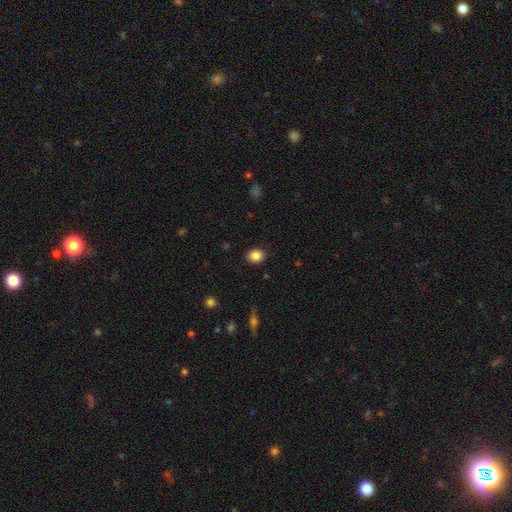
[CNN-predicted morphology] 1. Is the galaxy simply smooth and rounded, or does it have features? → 86% smooth, 9% star or artifact, 5% featured or disk.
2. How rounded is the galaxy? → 61% round, 39% in between, 1% cigar-shaped.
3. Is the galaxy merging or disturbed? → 90% none, 7% minor disturbance, 2% major disturbance, 1% merger.